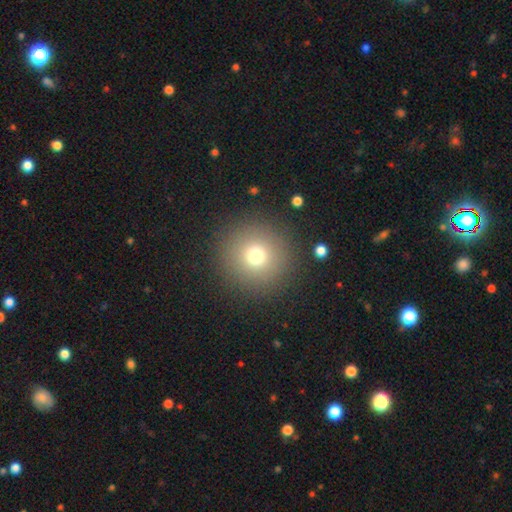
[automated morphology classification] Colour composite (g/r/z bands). It shows a smooth galaxy with no disk features (72%) that is round (96%). Merging: none (90%).